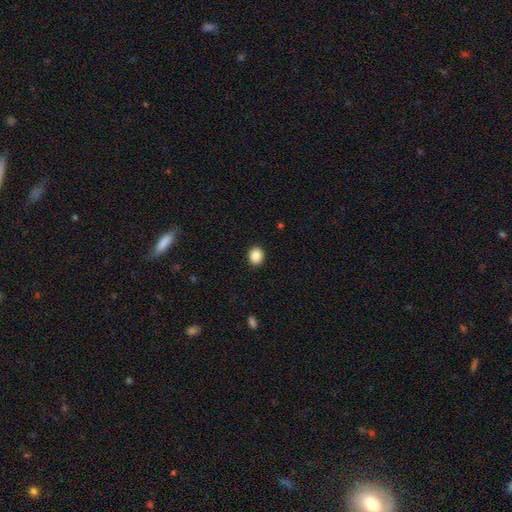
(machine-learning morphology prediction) This is clearly a smooth galaxy (88%). How rounded: likely round (67%). Merging: clearly none (92%).